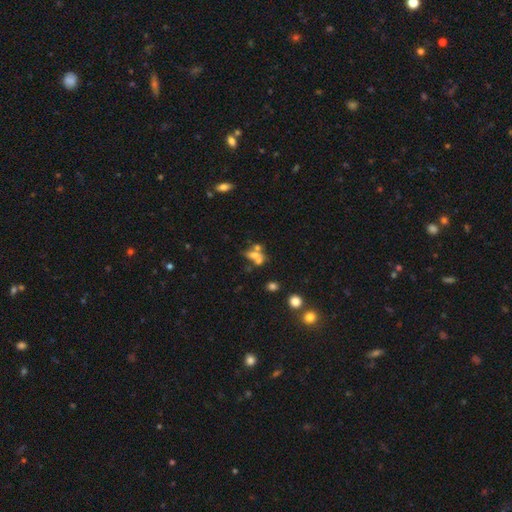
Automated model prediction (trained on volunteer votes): Smooth or featured? smooth (52%)
How rounded? in between (60%)
Merging? merger (53%)